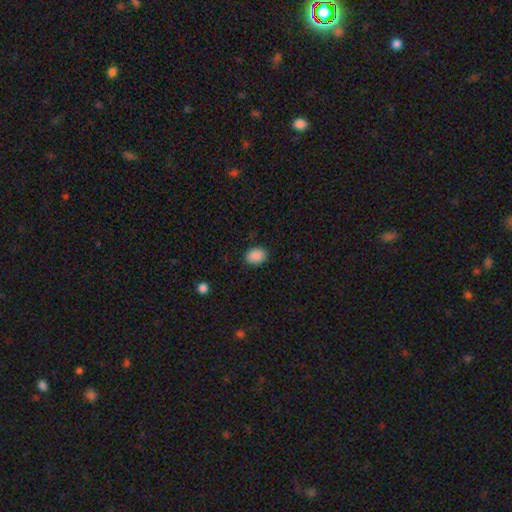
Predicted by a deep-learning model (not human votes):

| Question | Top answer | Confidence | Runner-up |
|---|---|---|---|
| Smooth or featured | smooth | 89% | star or artifact (8%) |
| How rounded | in between | 69% | round (30%) |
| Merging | none | 87% | minor disturbance (10%) |